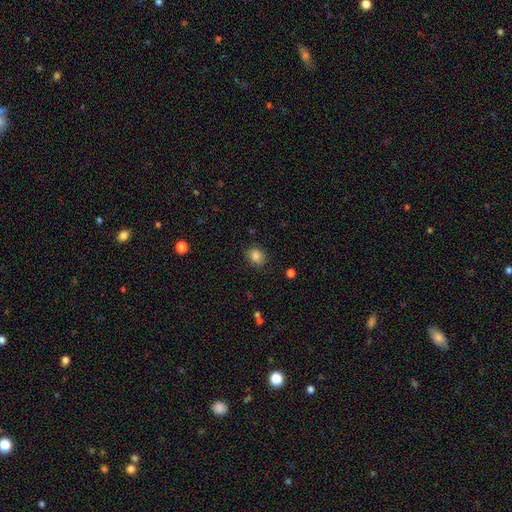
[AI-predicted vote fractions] smooth_or_featured: smooth (p=0.84) [alt: star or artifact p=0.10]
how_rounded: round (p=0.53) [alt: in between p=0.46]
merging: none (p=0.82) [alt: minor disturbance p=0.13]